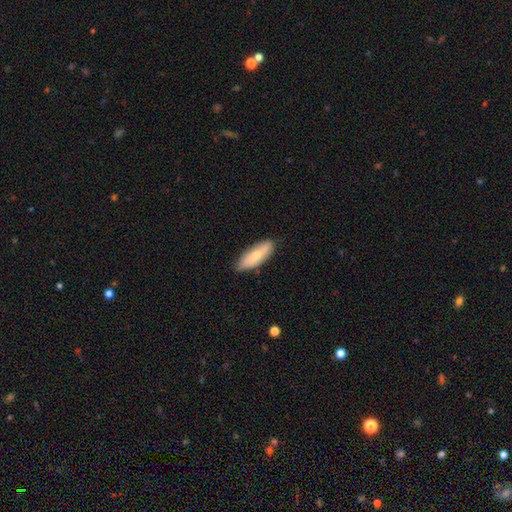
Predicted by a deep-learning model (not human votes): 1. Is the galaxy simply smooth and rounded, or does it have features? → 69% smooth, 25% featured or disk, 6% star or artifact.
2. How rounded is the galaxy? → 66% in between, 31% cigar-shaped, 2% round.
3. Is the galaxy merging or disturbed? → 82% none, 15% minor disturbance, 2% major disturbance, 1% merger.